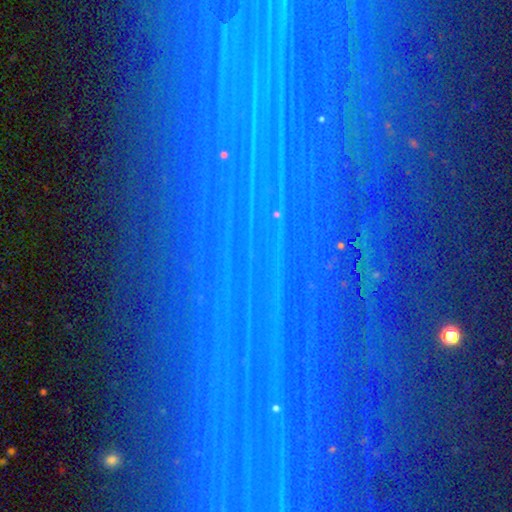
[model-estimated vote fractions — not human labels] The model was most divided on "smooth or featured": star or artifact: 84%, featured or disk: 8%, smooth: 8%.